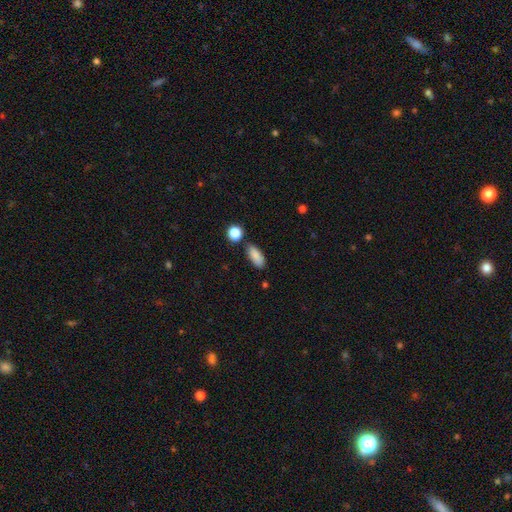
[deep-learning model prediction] This appears to be a smooth galaxy with no disk features (87%) that is in between round and cigar-shaped (82%). Merging: none (80%).